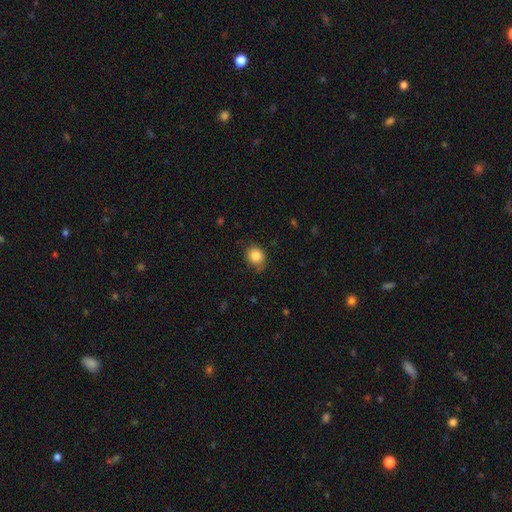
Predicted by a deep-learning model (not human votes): Smooth or featured: smooth — 84% (star or artifact — 10%)
How rounded: round — 72% (in between — 27%)
Merging: none — 76% (minor disturbance — 19%)